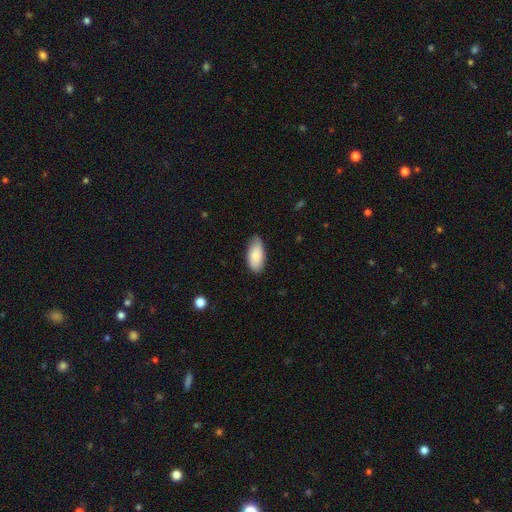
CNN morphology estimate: smooth_or_featured: smooth (p=0.82) [alt: featured or disk p=0.12]
how_rounded: in between (p=0.93) [alt: cigar-shaped p=0.05]
merging: none (p=0.77) [alt: minor disturbance p=0.20]